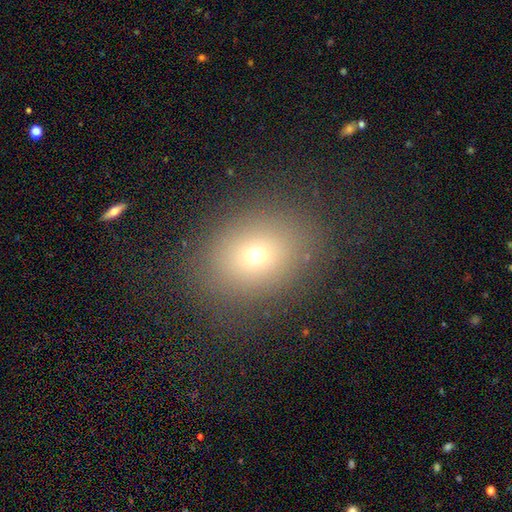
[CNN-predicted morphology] This is likely a smooth galaxy (67%). How rounded: possibly round (51%). Merging: clearly none (83%).